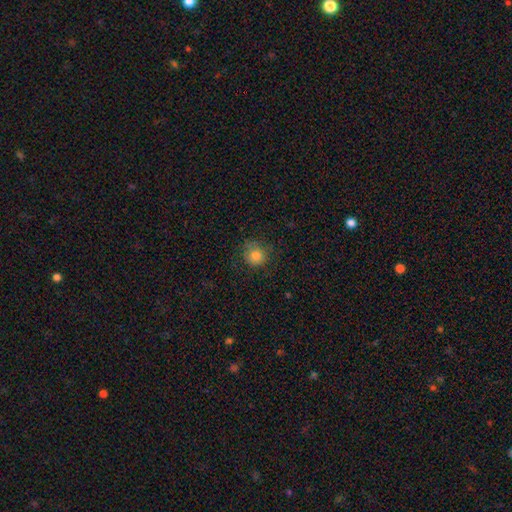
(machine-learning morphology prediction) Smooth or featured? smooth (81%)
How rounded? round (90%)
Merging? none (74%)